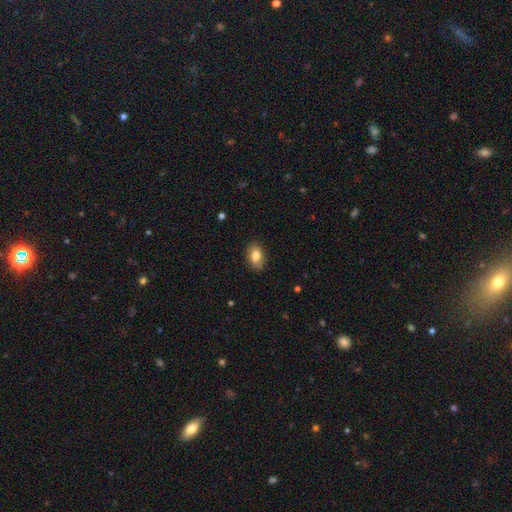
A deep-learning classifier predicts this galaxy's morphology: Overall: smooth (81%). How rounded: in between (86%). Merging: none (83%).